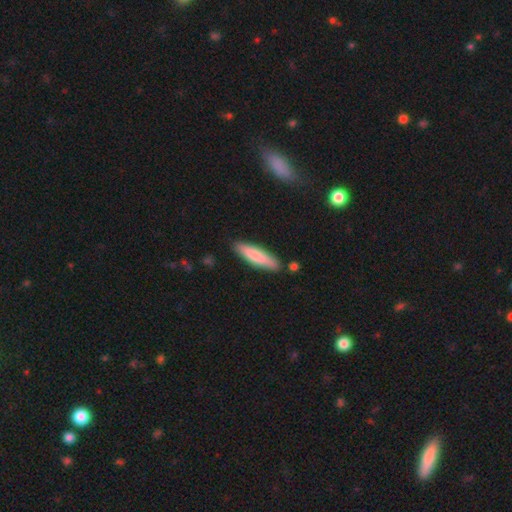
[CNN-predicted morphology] Smooth or featured?
  - smooth: 81% *
  - featured or disk: 14%
  - star or artifact: 5%
How rounded?
  - cigar-shaped: 74% *
  - in between: 25%
  - round: 1%
Merging?
  - none: 84% *
  - minor disturbance: 11%
  - merger: 3%
  - major disturbance: 2%